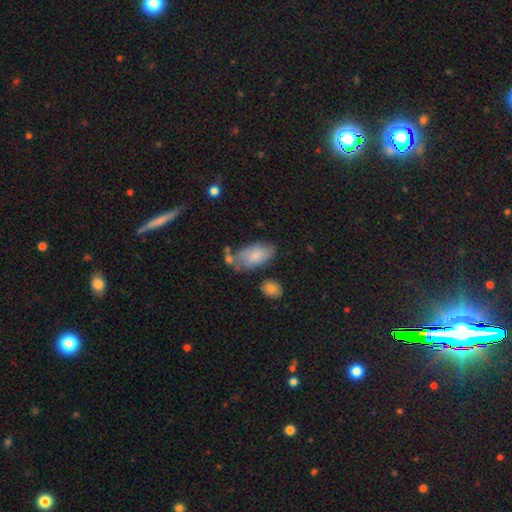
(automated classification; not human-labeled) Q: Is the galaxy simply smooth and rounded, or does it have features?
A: smooth — 70%.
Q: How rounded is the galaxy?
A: in between — 93%.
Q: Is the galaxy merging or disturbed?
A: none — 55%.